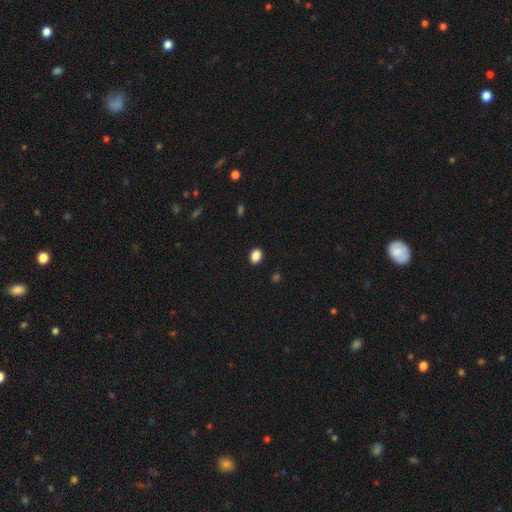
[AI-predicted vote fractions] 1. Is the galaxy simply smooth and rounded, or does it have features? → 87% smooth, 10% star or artifact, 3% featured or disk.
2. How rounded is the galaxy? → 64% in between, 35% round, 1% cigar-shaped.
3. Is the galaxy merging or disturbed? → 90% none, 7% minor disturbance, 2% major disturbance, 1% merger.